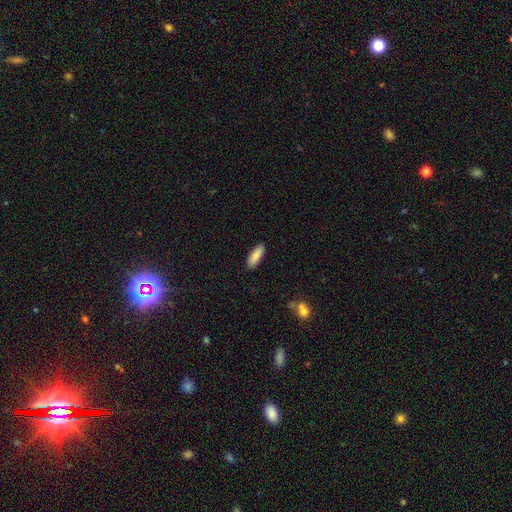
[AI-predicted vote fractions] A smooth galaxy with no disk features (86%) that is in between round and cigar-shaped (61%). Merging: none (88%).